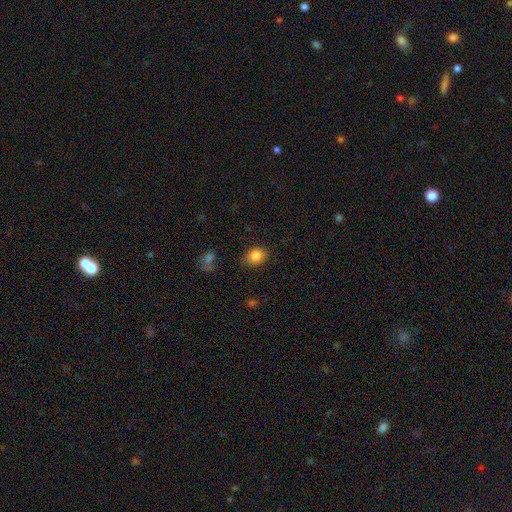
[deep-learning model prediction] Smooth or featured?
  - smooth: 85% *
  - star or artifact: 10%
  - featured or disk: 5%
How rounded?
  - in between: 58% *
  - round: 41%
  - cigar-shaped: 1%
Merging?
  - none: 80% *
  - minor disturbance: 14%
  - major disturbance: 4%
  - merger: 2%